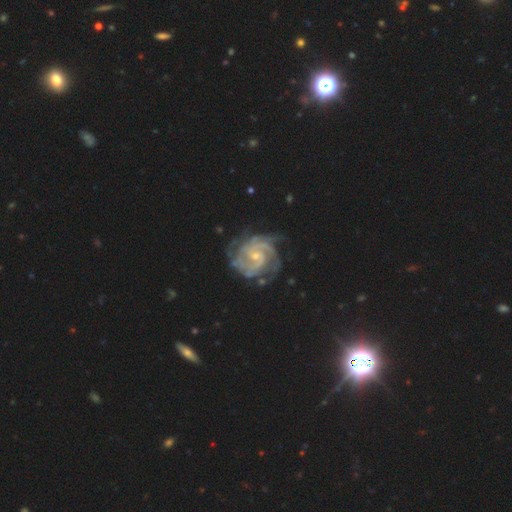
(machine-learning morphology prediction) featured or disk 92%, star or artifact 5%, smooth 3%. Down the decision tree: edge-on disk — no (98%); bar — no (52%); spiral arms — yes (98%); spiral arm count — 2 (32%); spiral winding — tight (67%); bulge size — small (72%); merging — none (72%).